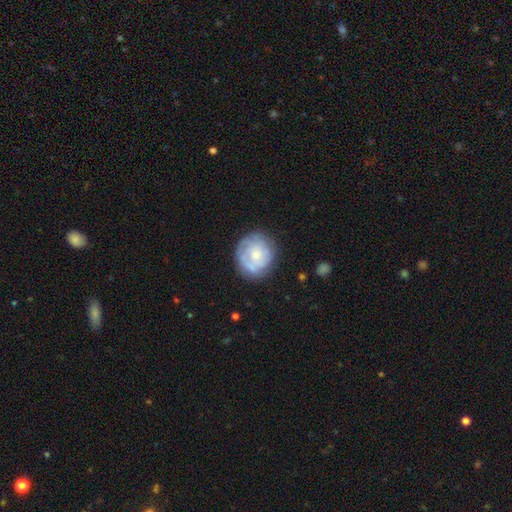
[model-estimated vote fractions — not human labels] Smooth or featured?
  - featured or disk: 53% *
  - smooth: 40%
  - star or artifact: 7%
Edge-on disk?
  - no: 97% *
  - yes: 3%
Bar?
  - no: 85% *
  - weak: 13%
  - strong: 2%
Spiral arms?
  - yes: 53% *
  - no: 47%
Bulge size?
  - small: 46% *
  - moderate: 44%
  - large: 4%
  - none: 4%
  - dominant: 1%
Merging?
  - none: 70% *
  - minor disturbance: 20%
  - major disturbance: 8%
  - merger: 3%